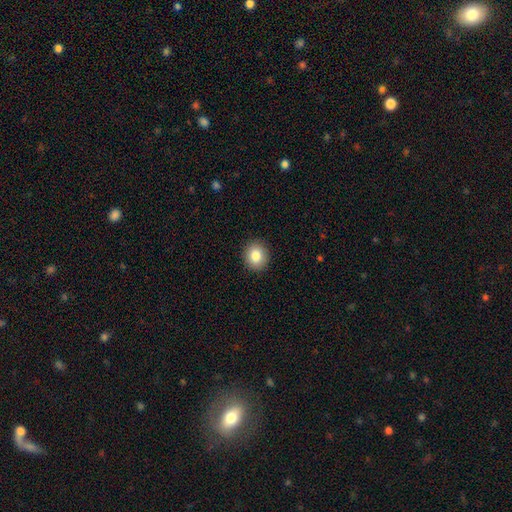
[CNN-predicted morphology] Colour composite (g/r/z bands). It shows a smooth galaxy with no disk features (84%) that is round (72%). Merging: none (91%).